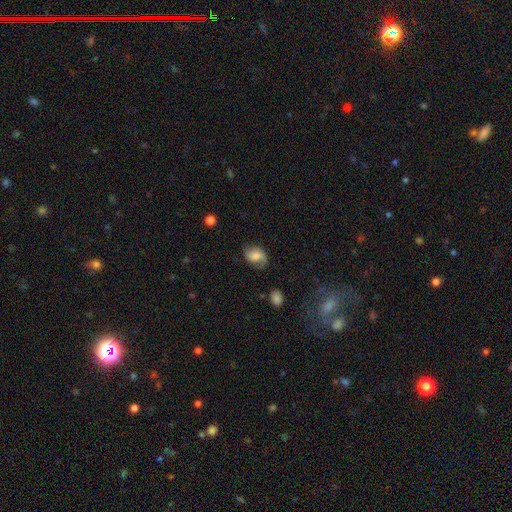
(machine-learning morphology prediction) Smooth or featured: smooth — 52% (featured or disk — 39%)
How rounded: in between — 75% (round — 24%)
Merging: none — 59% (minor disturbance — 27%)